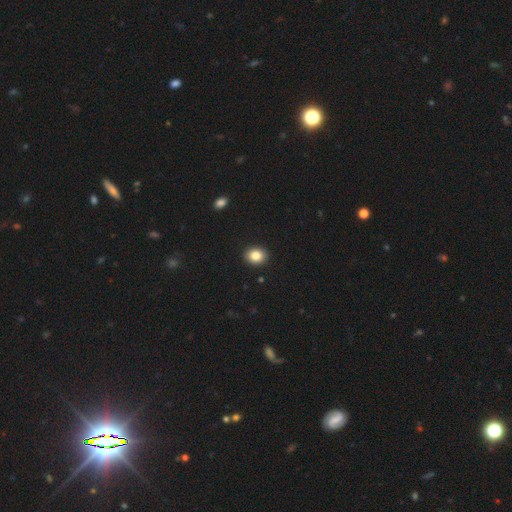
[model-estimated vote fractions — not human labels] Smooth or featured? smooth (85%)
How rounded? round (53%)
Merging? none (92%)